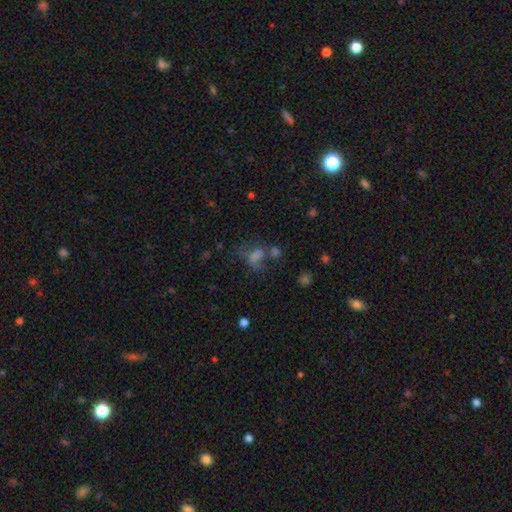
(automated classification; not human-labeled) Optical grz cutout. It shows a smooth galaxy with no disk features (45%). Merging: none (37%).